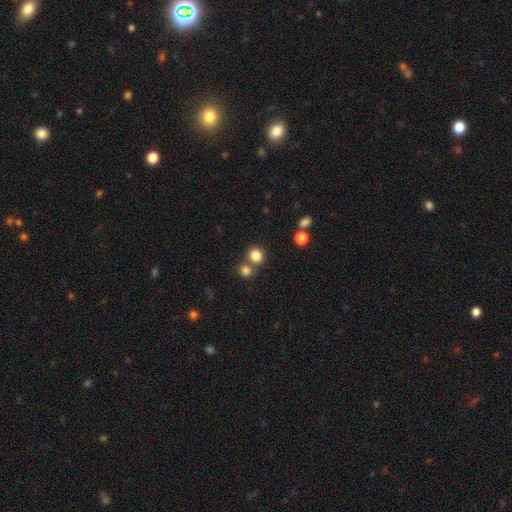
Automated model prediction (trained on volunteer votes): The model was most divided on "merging": none: 65%, merger: 24%, minor disturbance: 7%, major disturbance: 3%. More confident: how rounded — round (87%); smooth or featured — smooth (83%).